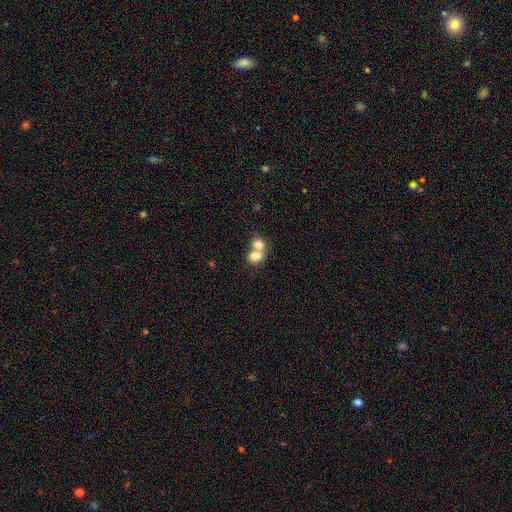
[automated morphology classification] Smooth or featured?
  - smooth: 77% *
  - featured or disk: 14%
  - star or artifact: 9%
How rounded?
  - round: 58% *
  - in between: 41%
  - cigar-shaped: 1%
Merging?
  - merger: 71% *
  - none: 22%
  - minor disturbance: 5%
  - major disturbance: 3%